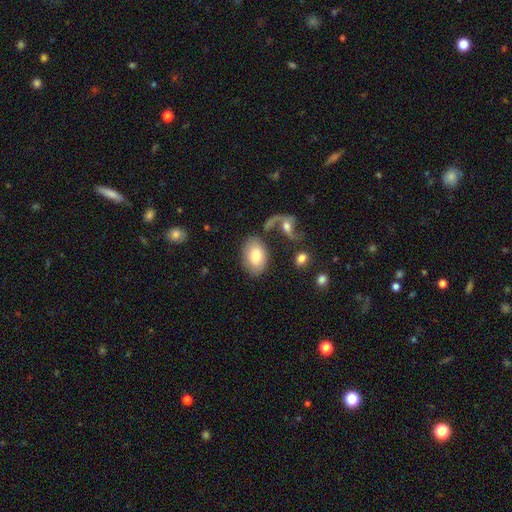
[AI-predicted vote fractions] The model was most divided on "merging": none: 70%, minor disturbance: 14%, merger: 10%, major disturbance: 6%. More confident: how rounded — in between (88%); smooth or featured — smooth (75%).